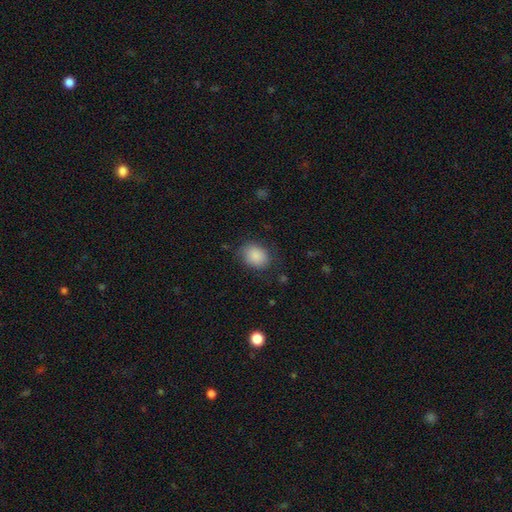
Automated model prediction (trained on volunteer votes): smooth-or-featured: smooth: 88% | star or artifact: 7% | featured or disk: 5%
  how-rounded: in between: 50% | round: 49% | cigar-shaped: 1%
  merging: none: 77% | minor disturbance: 16% | major disturbance: 5% | merger: 1%